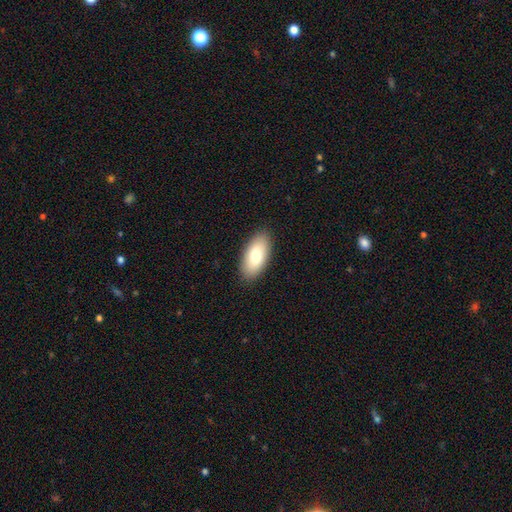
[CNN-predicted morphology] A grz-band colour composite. It shows a smooth galaxy with no disk features (77%) that is in between round and cigar-shaped (91%). Merging: none (89%).